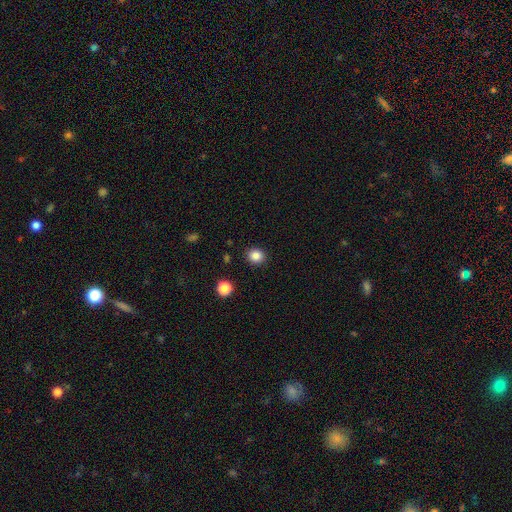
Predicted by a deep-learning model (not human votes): Smooth or featured? smooth (85%)
How rounded? round (76%)
Merging? none (90%)